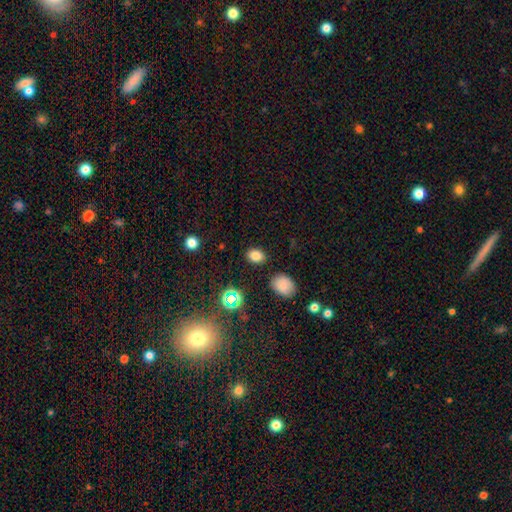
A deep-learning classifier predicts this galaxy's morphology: smooth 78%, star or artifact 15%, featured or disk 6%. Down the decision tree: how rounded — in between (68%); merging — none (86%).